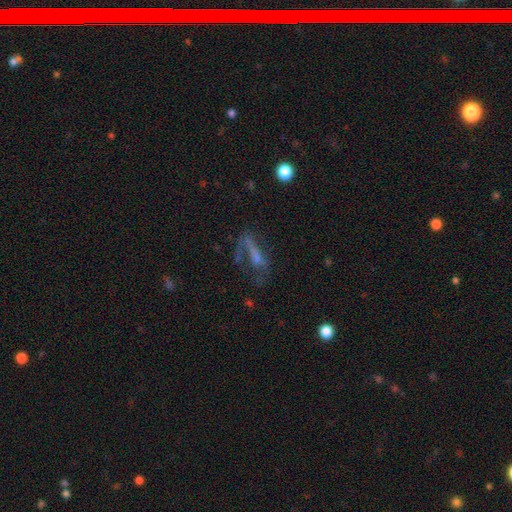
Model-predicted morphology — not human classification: smooth_or_featured: featured or disk (p=0.50) [alt: smooth p=0.30]
merging: major disturbance (p=0.38) [tied with: none p=0.38]